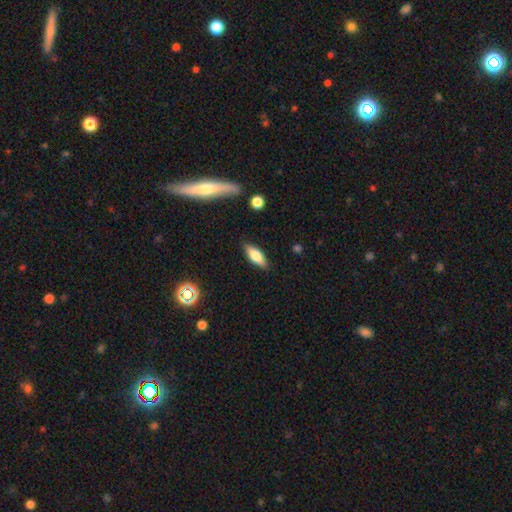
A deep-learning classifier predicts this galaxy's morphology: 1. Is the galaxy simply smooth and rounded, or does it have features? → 73% smooth, 20% featured or disk, 7% star or artifact.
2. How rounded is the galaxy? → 71% in between, 27% cigar-shaped, 2% round.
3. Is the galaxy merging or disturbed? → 86% none, 10% minor disturbance, 2% major disturbance, 1% merger.